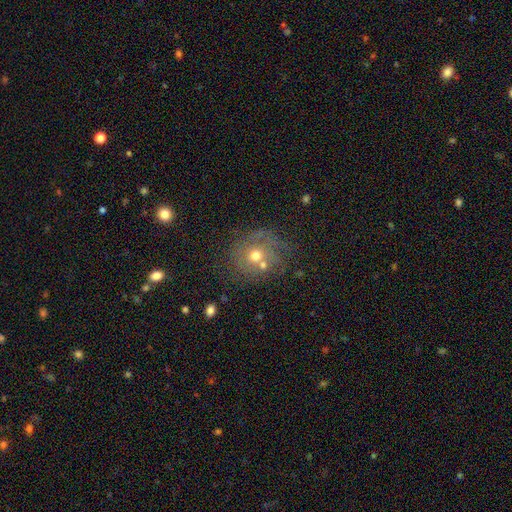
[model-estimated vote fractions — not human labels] Q: Smooth or featured?
A: smooth (54%); runner-up: featured or disk (31%)
Q: How rounded?
A: round (80%); runner-up: in between (19%)
Q: Merging?
A: none (52%); runner-up: merger (22%)